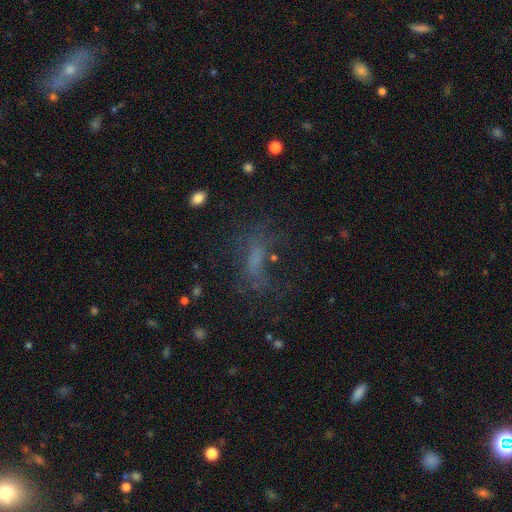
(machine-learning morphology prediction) Smooth or featured?
  - smooth: 45% *
  - star or artifact: 30%
  - featured or disk: 24%
Merging?
  - none: 59% *
  - major disturbance: 19%
  - minor disturbance: 19%
  - merger: 3%